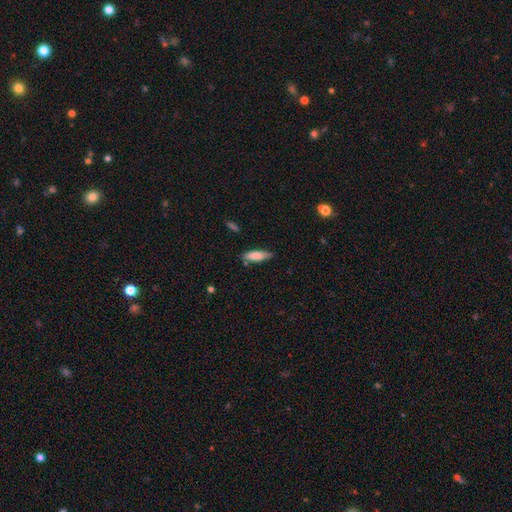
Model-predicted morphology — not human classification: smooth_or_featured: smooth (p=0.82) [alt: featured or disk p=0.11]
how_rounded: in between (p=0.52) [alt: cigar-shaped p=0.46]
merging: none (p=0.75) [alt: minor disturbance p=0.19]